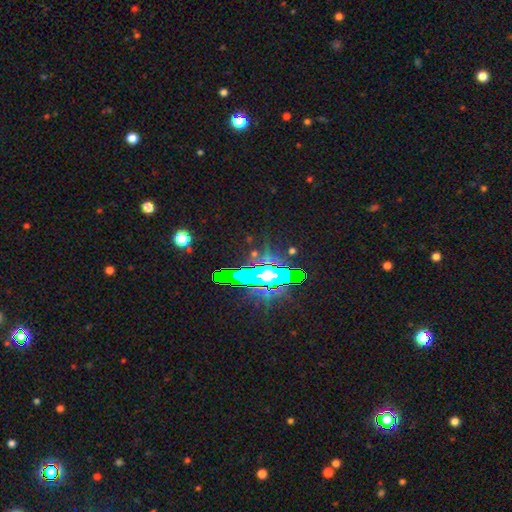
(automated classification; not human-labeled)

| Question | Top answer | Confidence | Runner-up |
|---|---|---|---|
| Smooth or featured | star or artifact | 63% | featured or disk (20%) |